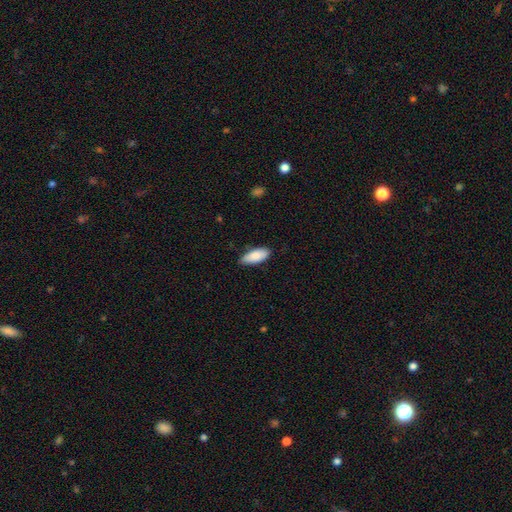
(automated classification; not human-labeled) Smooth or featured: smooth — 87% (featured or disk — 7%)
How rounded: in between — 84% (cigar-shaped — 14%)
Merging: none — 79% (minor disturbance — 18%)